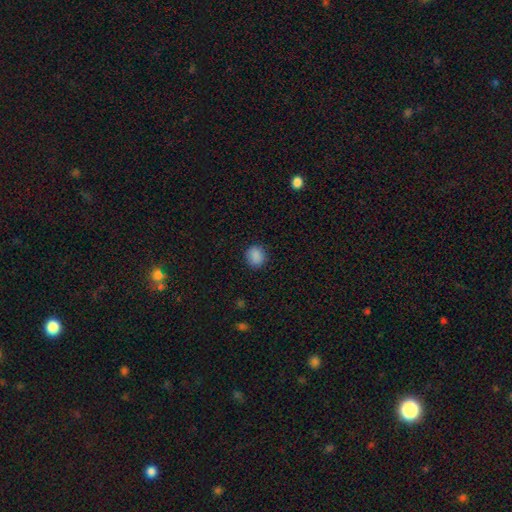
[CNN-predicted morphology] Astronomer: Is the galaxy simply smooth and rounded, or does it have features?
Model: smooth — 87%.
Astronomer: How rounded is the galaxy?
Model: round — 80%.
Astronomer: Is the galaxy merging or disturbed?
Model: none — 88%.